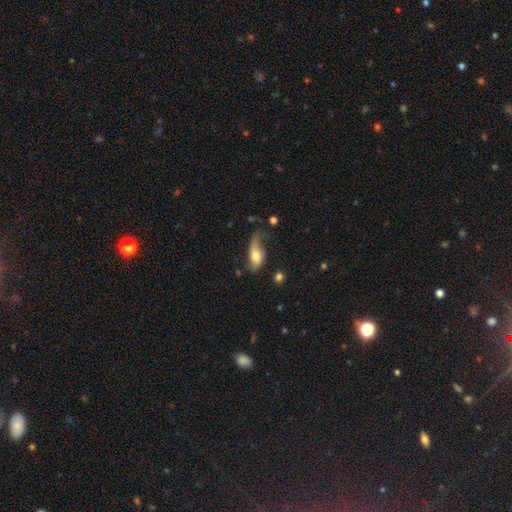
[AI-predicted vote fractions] smooth_or_featured: featured or disk (p=0.47) [alt: smooth p=0.45]
merging: none (p=0.34) [alt: minor disturbance p=0.31]